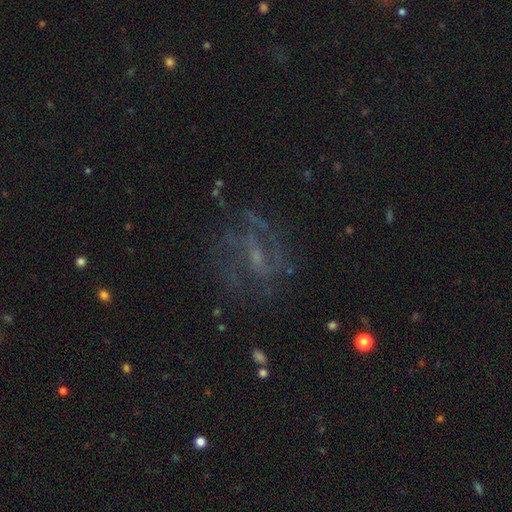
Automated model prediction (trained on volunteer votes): This appears to be a featured or disk galaxy (70%) with a weak bar (51%), medium (46%) spiral arms (83%) and a small central bulge (56%). Merging: none (65%).